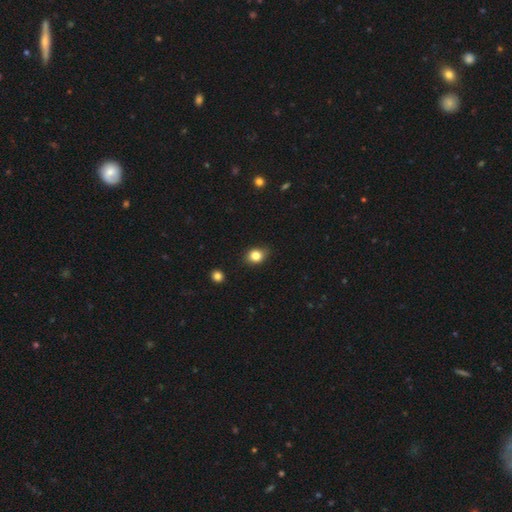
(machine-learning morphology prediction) Smooth or featured? smooth (82%)
How rounded? round (56%)
Merging? none (79%)